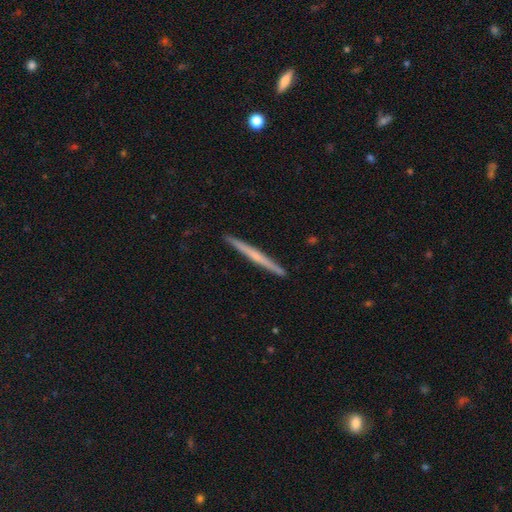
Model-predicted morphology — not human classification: smooth-or-featured: featured or disk: 57% | smooth: 37% | star or artifact: 6%
  disk-edge-on: yes: 98% | no: 2%
    edge-on-bulge: none: 66% | rounded: 28% | boxy: 5%
  merging: none: 92% | minor disturbance: 5% | major disturbance: 1% | merger: 1%